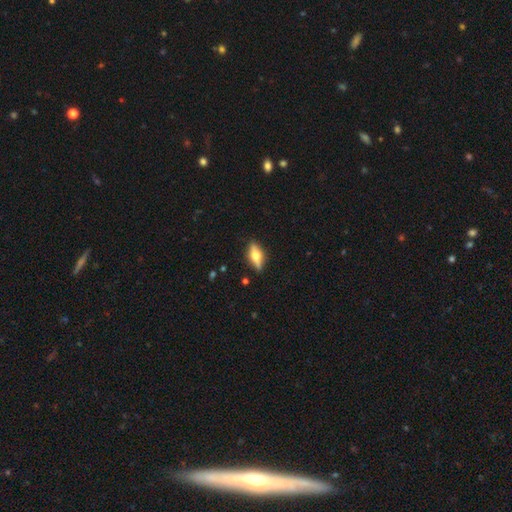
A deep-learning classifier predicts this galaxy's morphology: A featured or disk galaxy (56%) viewed edge-on (90%) with a rounded central bulge (94%). Merging: none (85%).